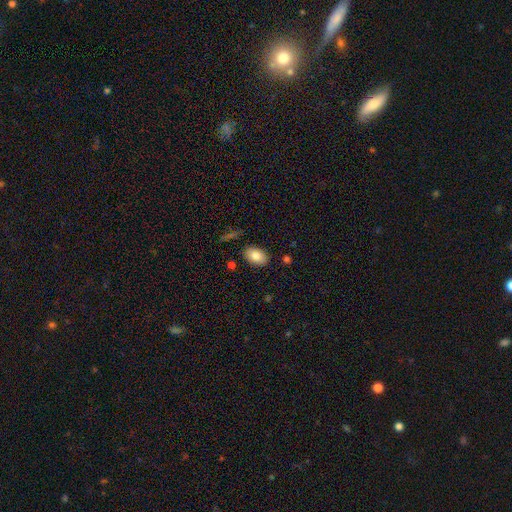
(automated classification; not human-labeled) Morphology: type=smooth (84%); roundness=in between (88%); merging=none (86%).